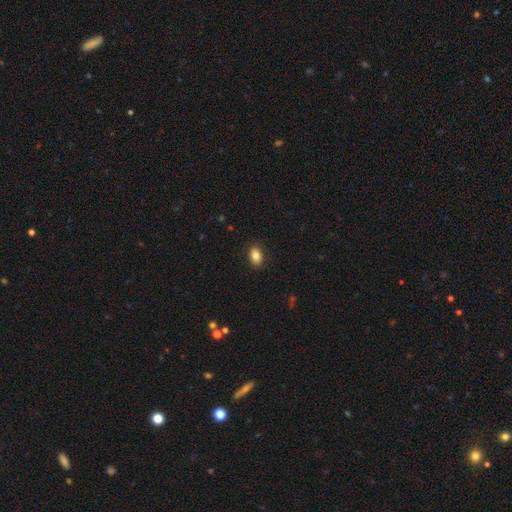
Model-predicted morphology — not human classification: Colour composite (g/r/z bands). It shows a smooth galaxy with no disk features (84%) that is in between round and cigar-shaped (83%). Merging: none (88%).